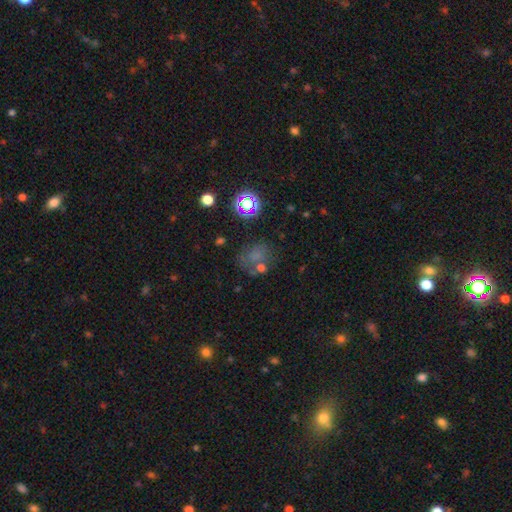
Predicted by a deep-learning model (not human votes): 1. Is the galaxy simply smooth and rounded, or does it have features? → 50% smooth, 32% star or artifact, 18% featured or disk.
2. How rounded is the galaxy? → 61% round, 38% in between, 1% cigar-shaped.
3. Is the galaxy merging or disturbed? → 53% none, 19% minor disturbance, 15% merger, 13% major disturbance.